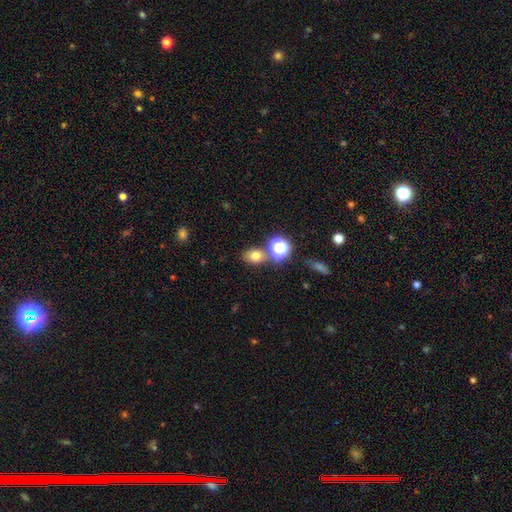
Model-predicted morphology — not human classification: This appears to be a smooth galaxy with no disk features (71%) that is in between round and cigar-shaped (53%). Merging: none (69%).